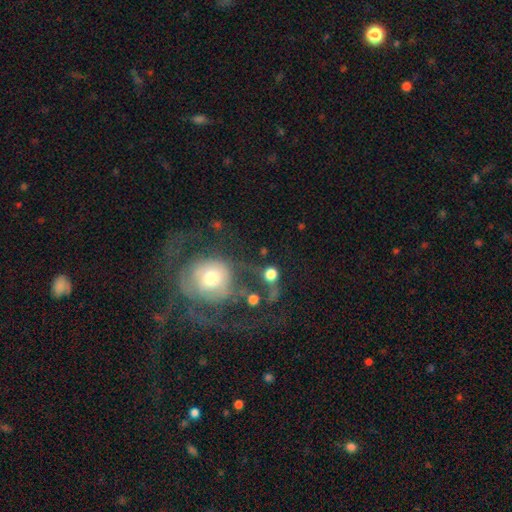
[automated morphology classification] featured or disk 64%, smooth 21%, star or artifact 15%. Down the decision tree: edge-on disk — no (96%); bar — no (78%); spiral arms — yes (71%); bulge size — moderate (52%); merging — none (54%).